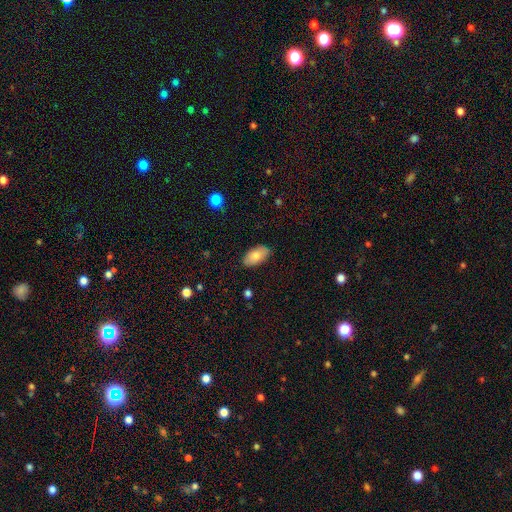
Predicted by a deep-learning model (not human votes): smooth-or-featured: smooth: 81% | featured or disk: 12% | star or artifact: 7%
  how-rounded: in between: 95% | round: 3% | cigar-shaped: 2%
  merging: none: 86% | minor disturbance: 11% | major disturbance: 2% | merger: 1%